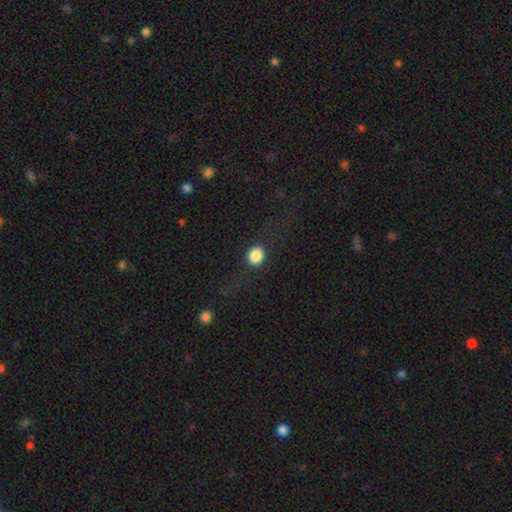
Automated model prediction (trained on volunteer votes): Overall: smooth (86%). How rounded: round (56%; in between 43%). Merging: none (84%).